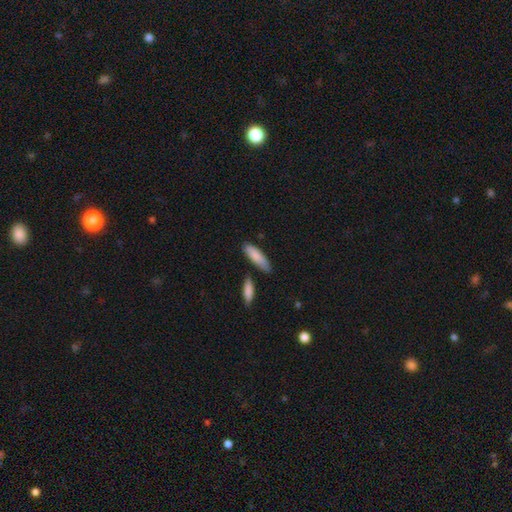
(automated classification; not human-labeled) smooth-or-featured: smooth: 84% | featured or disk: 11% | star or artifact: 6%
  how-rounded: cigar-shaped: 51% | in between: 47% | round: 2%
  merging: none: 73% | minor disturbance: 16% | merger: 8% | major disturbance: 3%